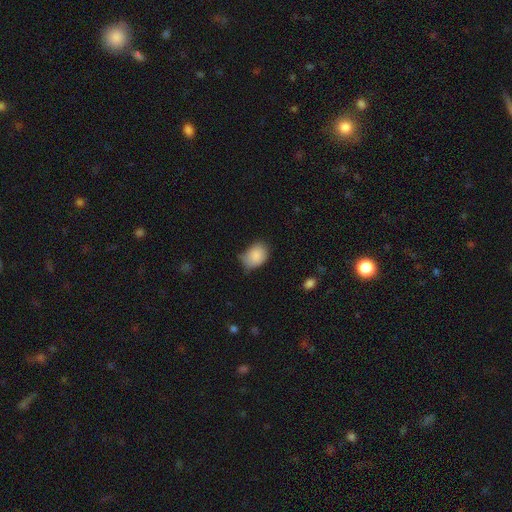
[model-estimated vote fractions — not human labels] smooth_or_featured: smooth (p=0.86) [alt: star or artifact p=0.08]
how_rounded: in between (p=0.73) [alt: round p=0.26]
merging: none (p=0.49) [alt: minor disturbance p=0.40]